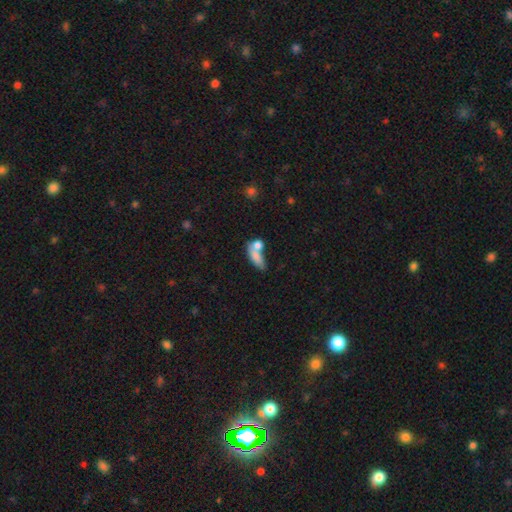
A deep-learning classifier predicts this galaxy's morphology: type=smooth (75%); roundness=in between (66%); merging=merger (50%).